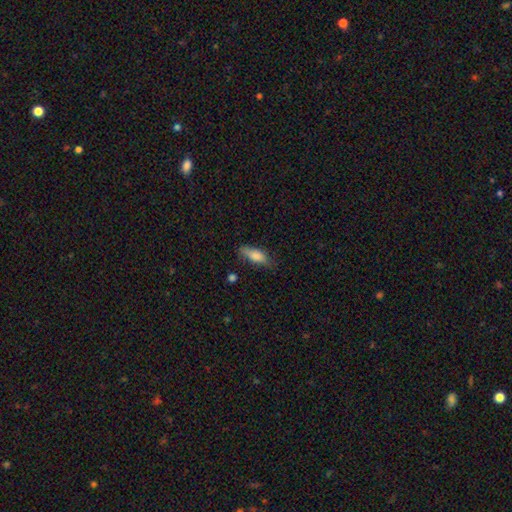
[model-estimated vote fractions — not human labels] Smooth or featured? Predicted: smooth (p=0.79). How rounded? Predicted: in between (p=0.63). Merging? Predicted: none (p=0.69).